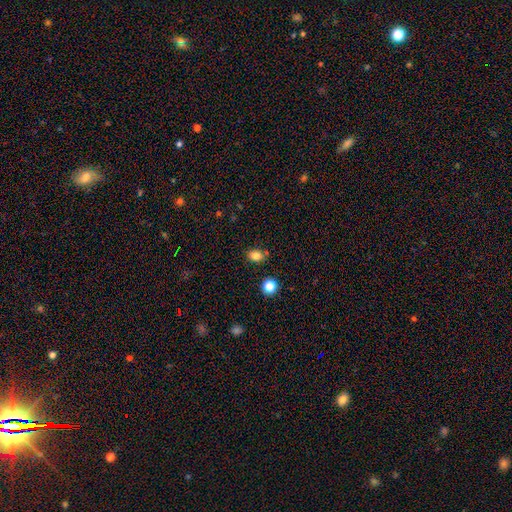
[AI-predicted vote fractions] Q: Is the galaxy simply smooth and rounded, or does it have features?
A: smooth — 82%.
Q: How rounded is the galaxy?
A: in between — 61%.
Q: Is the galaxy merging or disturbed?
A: none — 80%.